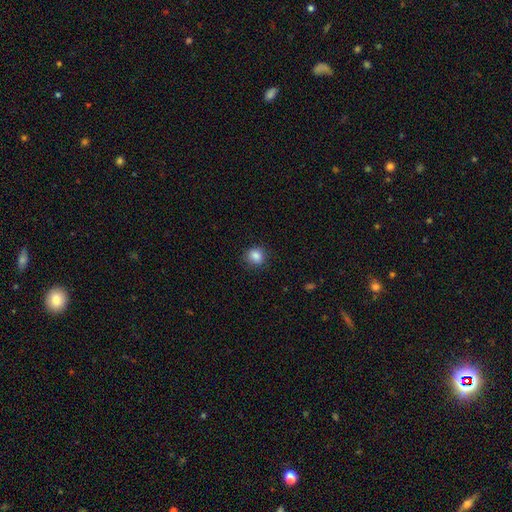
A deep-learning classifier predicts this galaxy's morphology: smooth 86%, star or artifact 10%, featured or disk 4%. Down the decision tree: how rounded — round (81%); merging — none (87%).